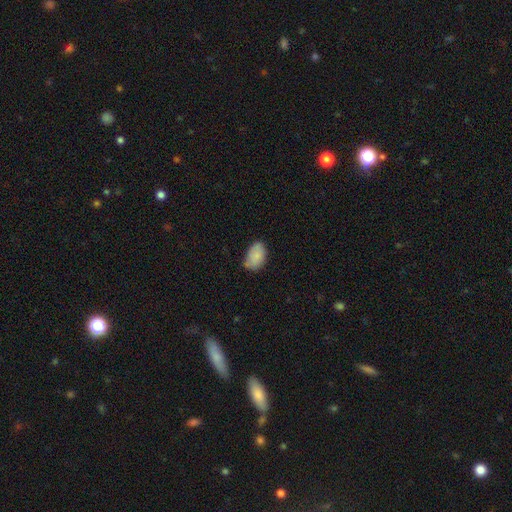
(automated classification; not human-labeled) A smooth galaxy with no disk features (84%) that is in between round and cigar-shaped (89%). Merging: none (63%).